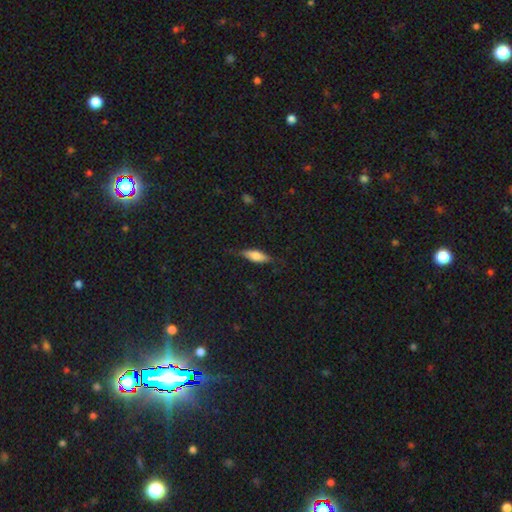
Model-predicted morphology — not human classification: Q: Smooth or featured?
A: smooth (66%); runner-up: featured or disk (27%)
Q: How rounded?
A: in between (58%); runner-up: cigar-shaped (39%)
Q: Merging?
A: none (75%); runner-up: minor disturbance (18%)